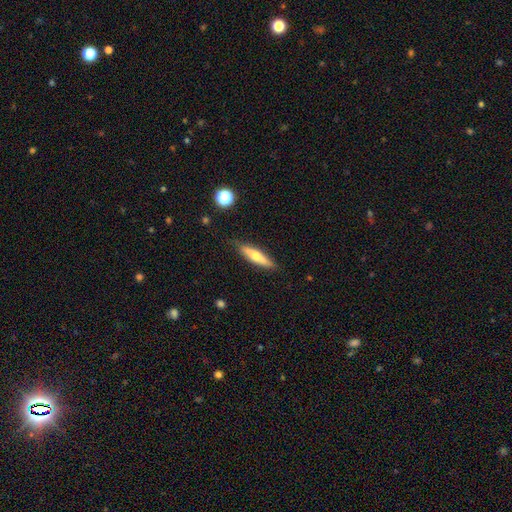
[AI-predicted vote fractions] Morphology: type=smooth (56%); roundness=cigar-shaped (77%); merging=none (84%).